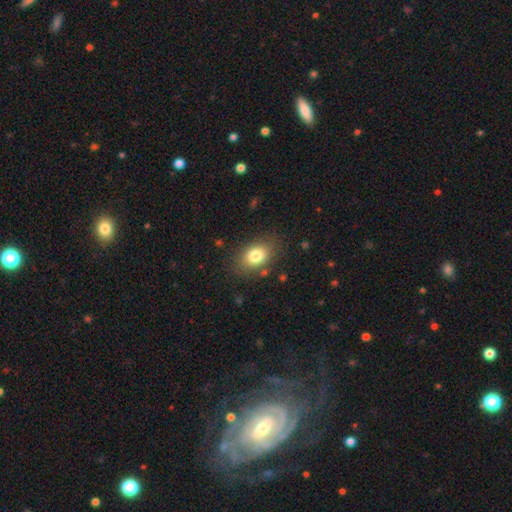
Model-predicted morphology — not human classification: Q: Smooth or featured?
A: smooth (80%); runner-up: featured or disk (10%)
Q: How rounded?
A: in between (76%); runner-up: round (23%)
Q: Merging?
A: none (81%); runner-up: minor disturbance (12%)